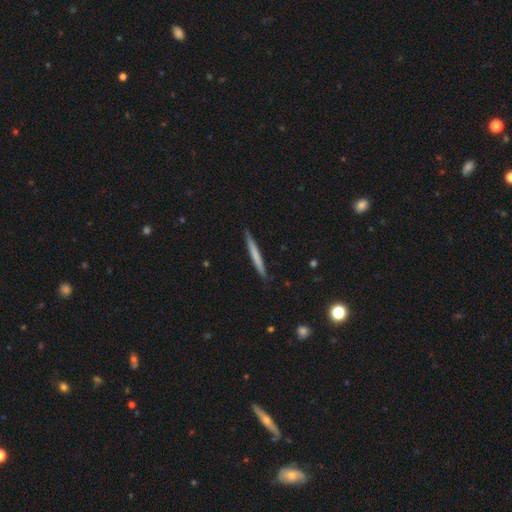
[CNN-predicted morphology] Overall: smooth (62%; featured or disk 33%). How rounded: cigar-shaped (97%). Merging: none (90%).